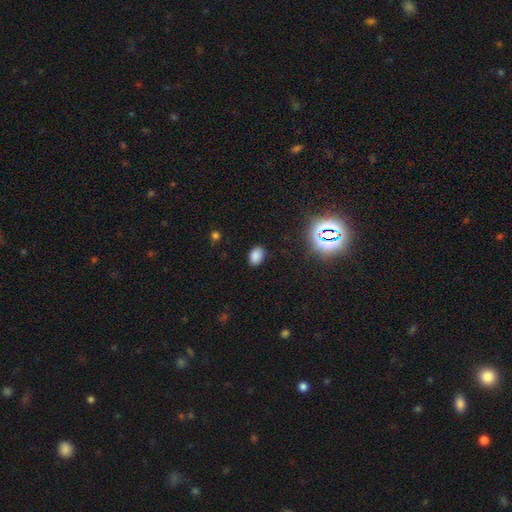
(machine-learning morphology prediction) This appears to be a smooth galaxy with no disk features (79%) that is in between round and cigar-shaped (78%). Merging: none (86%).